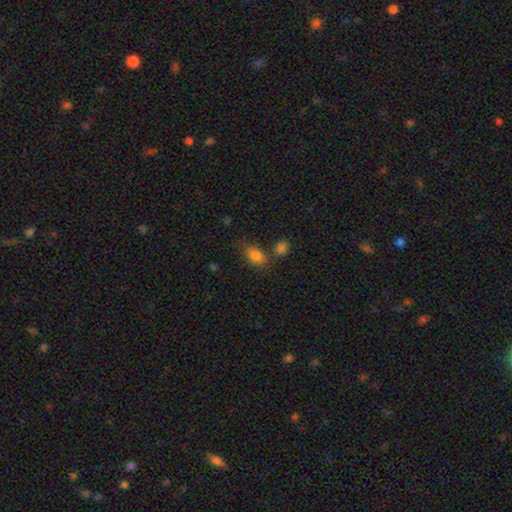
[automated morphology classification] type=smooth (82%); roundness=in between (81%); merging=none (56%).